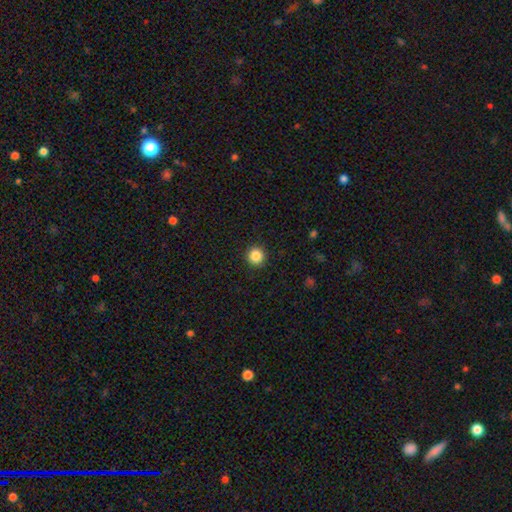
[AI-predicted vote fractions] A smooth galaxy with no disk features (86%) that is round (95%). Merging: none (93%).